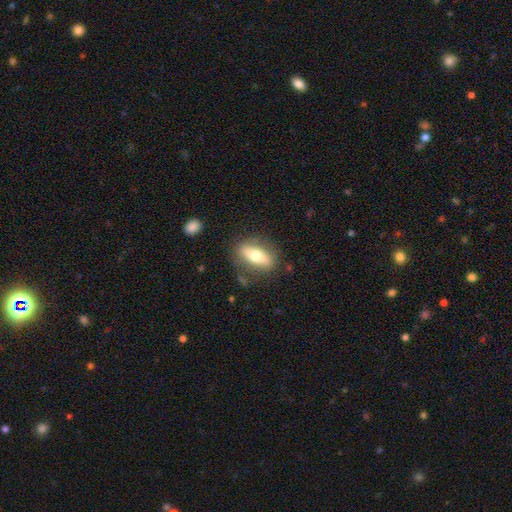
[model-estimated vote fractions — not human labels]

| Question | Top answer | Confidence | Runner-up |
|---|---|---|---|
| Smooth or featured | smooth | 60% | featured or disk (34%) |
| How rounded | in between | 75% | cigar-shaped (19%) |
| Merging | none | 80% | minor disturbance (13%) |